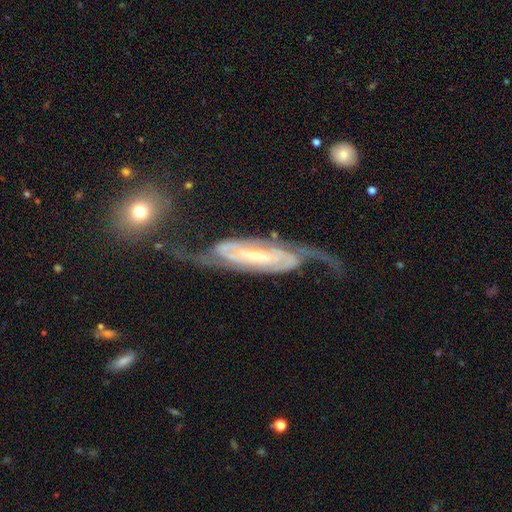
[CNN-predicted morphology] A featured or disk galaxy (90%) with a strong bar (41%), 2 (83%) medium (42%) spiral arms (97%) and a small central bulge (69%).

Vote fractions:
- Smooth or featured? featured or disk: 90% / smooth: 5% / star or artifact: 5%
- Edge-on disk? no: 89% / yes: 11%
- Bar? strong: 41% / weak: 35% / no: 24%
- Spiral arms? yes: 97% / no: 3%
- Spiral winding? medium: 42% / tight: 40% / loose: 17%
- Spiral arm count? 2: 83% / can't tell: 7% / 3: 4% / 1: 2% / 4: 2% / more than 4: 2%
- Bulge size? small: 69% / moderate: 25% / large: 2% / none: 2% / dominant: 1%
- Merging? none: 59% / major disturbance: 19% / minor disturbance: 18% / merger: 4%